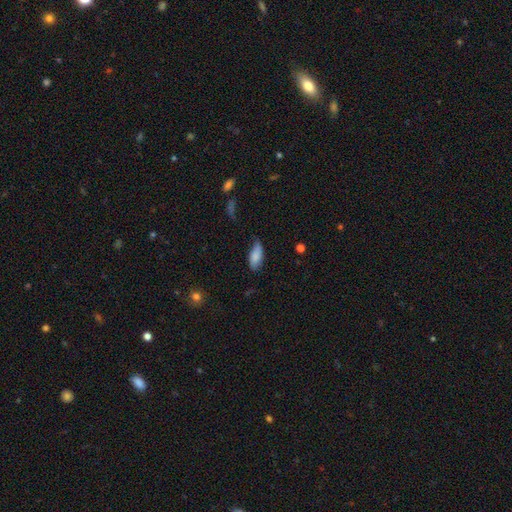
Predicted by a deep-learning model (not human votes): A smooth galaxy with no disk features (84%) that is in between round and cigar-shaped (86%).

Vote fractions:
- Smooth or featured? smooth: 84% / featured or disk: 9% / star or artifact: 7%
- How rounded? in between: 86% / cigar-shaped: 12% / round: 2%
- Merging? none: 62% / minor disturbance: 30% / major disturbance: 6% / merger: 2%